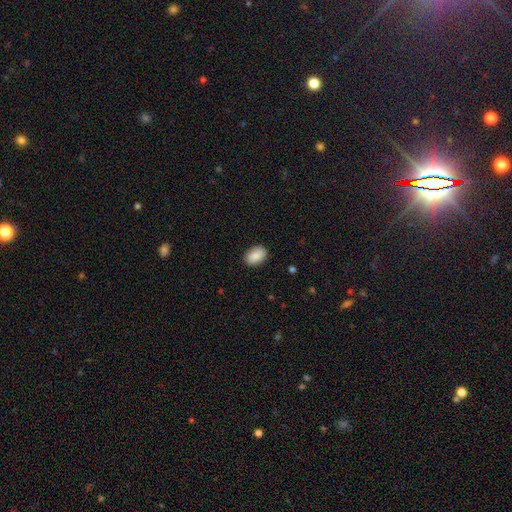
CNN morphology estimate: smooth-or-featured: smooth: 90% | star or artifact: 6% | featured or disk: 4%
  how-rounded: in between: 89% | round: 10% | cigar-shaped: 1%
  merging: none: 88% | minor disturbance: 9% | major disturbance: 2% | merger: 1%